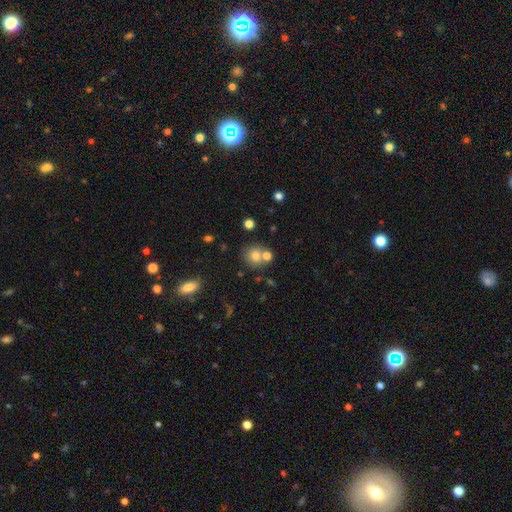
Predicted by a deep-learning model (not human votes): Smooth or featured? smooth (74%)
How rounded? round (86%)
Merging? none (60%)